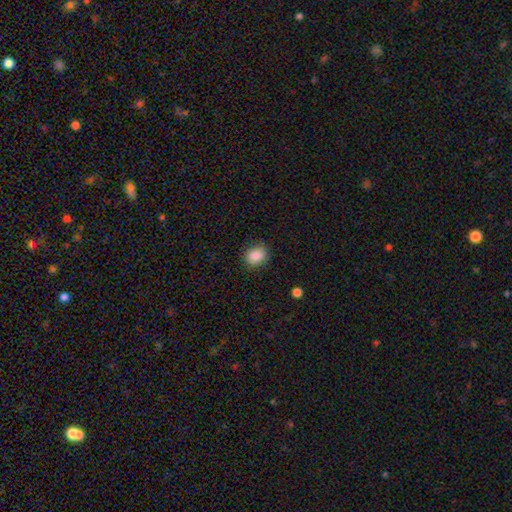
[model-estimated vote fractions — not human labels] This is clearly a smooth galaxy (86%). How rounded: likely round (63%). Merging: clearly none (86%).